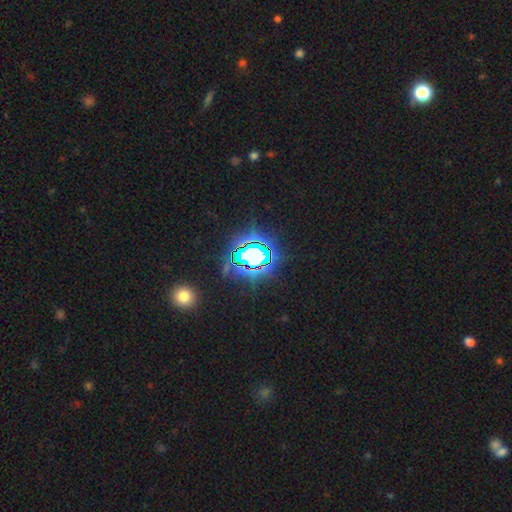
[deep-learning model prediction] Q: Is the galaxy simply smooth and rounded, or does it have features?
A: star or artifact — 77%.